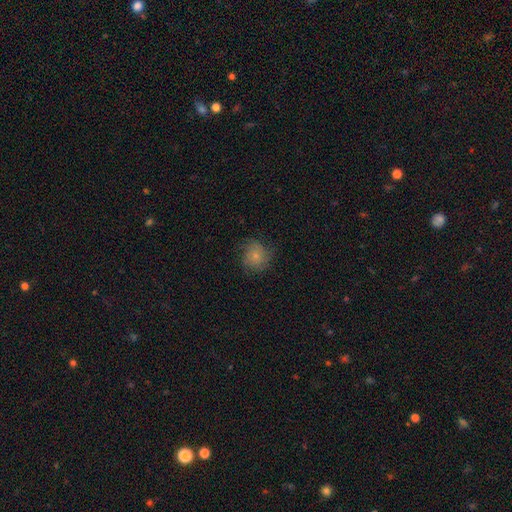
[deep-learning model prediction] Overall: smooth (68%). How rounded: round (85%). Merging: none (70%).